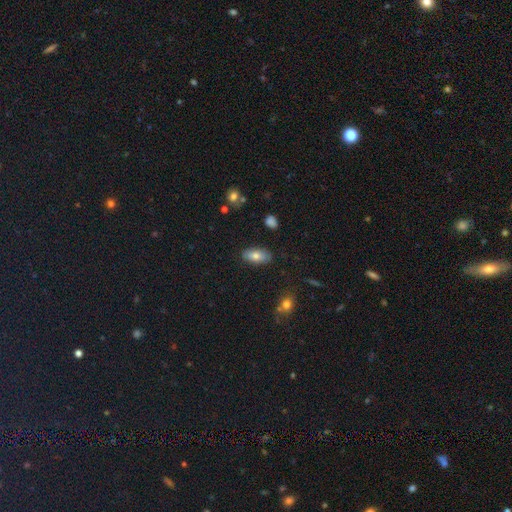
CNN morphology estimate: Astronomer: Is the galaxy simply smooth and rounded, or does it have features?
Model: smooth — 77%.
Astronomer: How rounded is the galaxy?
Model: in between — 90%.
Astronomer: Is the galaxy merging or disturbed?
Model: none — 85%.